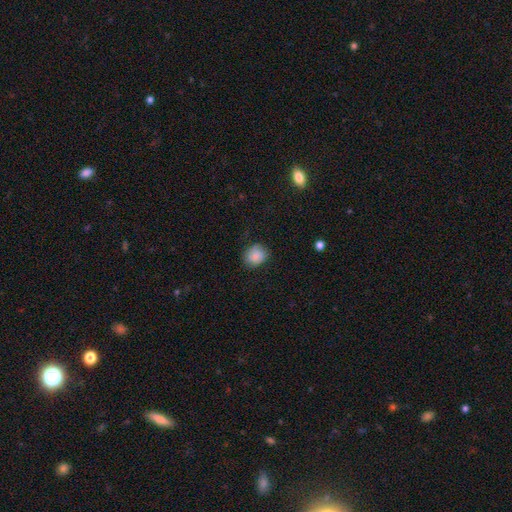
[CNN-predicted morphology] smooth 85%, star or artifact 8%, featured or disk 7%. Down the decision tree: how rounded — round (65%); merging — none (78%).